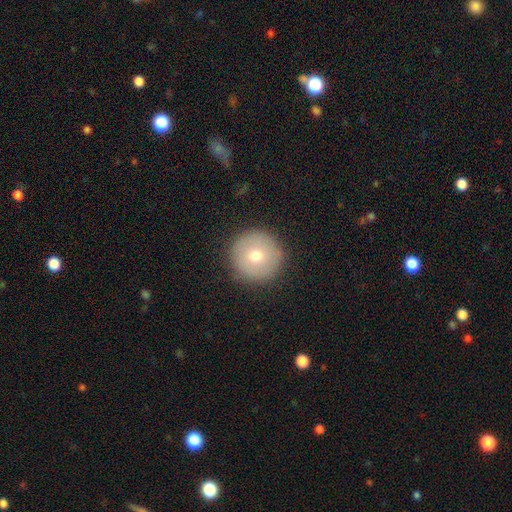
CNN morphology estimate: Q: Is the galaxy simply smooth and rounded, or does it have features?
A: smooth — 70%.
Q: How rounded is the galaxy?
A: round — 97%.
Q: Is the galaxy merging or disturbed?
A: none — 91%.